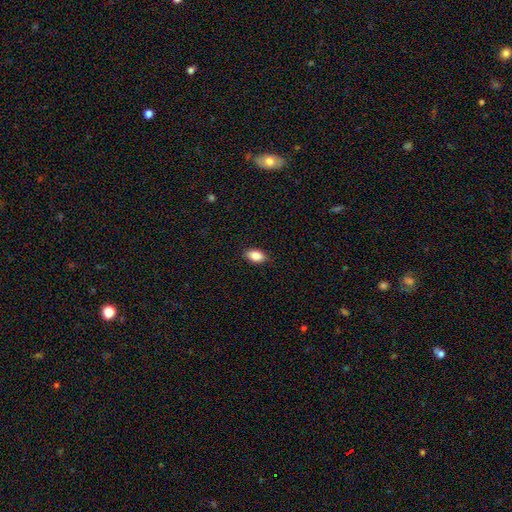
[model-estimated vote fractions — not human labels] Smooth or featured?
  - smooth: 86% *
  - star or artifact: 8%
  - featured or disk: 7%
How rounded?
  - in between: 90% *
  - round: 8%
  - cigar-shaped: 3%
Merging?
  - none: 88% *
  - minor disturbance: 9%
  - major disturbance: 2%
  - merger: 1%